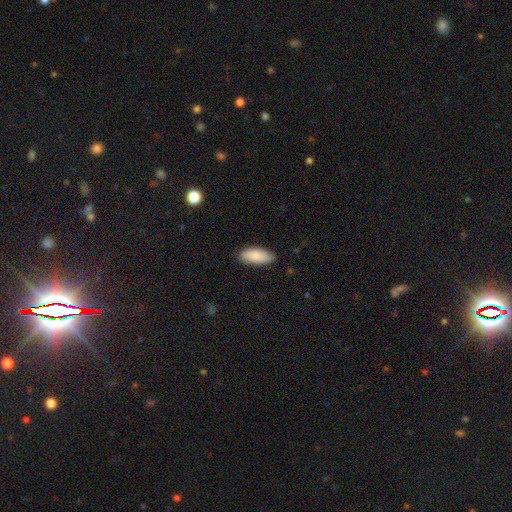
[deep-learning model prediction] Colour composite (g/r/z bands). It shows a smooth galaxy with no disk features (86%) that is in between round and cigar-shaped (86%). Merging: none (84%).